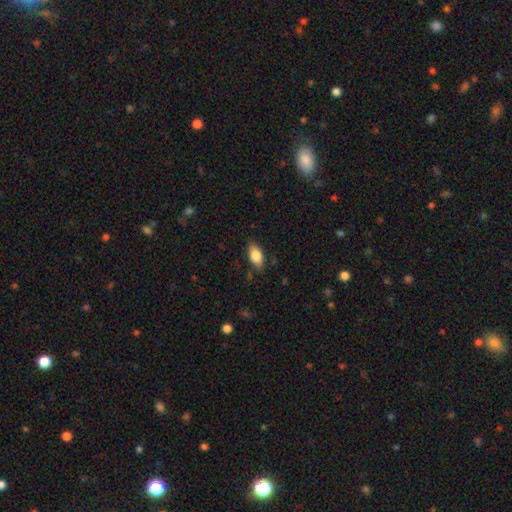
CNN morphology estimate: smooth-or-featured: smooth: 83% | featured or disk: 10% | star or artifact: 7%
  how-rounded: in between: 90% | round: 5% | cigar-shaped: 5%
  merging: none: 82% | minor disturbance: 13% | major disturbance: 3% | merger: 1%